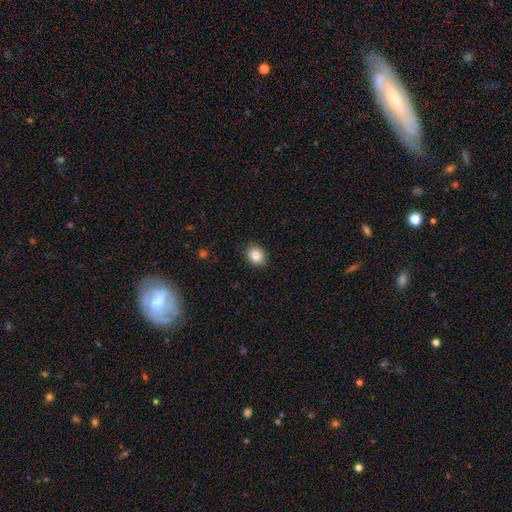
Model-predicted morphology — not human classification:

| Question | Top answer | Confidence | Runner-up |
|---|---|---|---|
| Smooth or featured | smooth | 84% | star or artifact (9%) |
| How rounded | round | 55% | in between (44%) |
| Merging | none | 88% | minor disturbance (9%) |